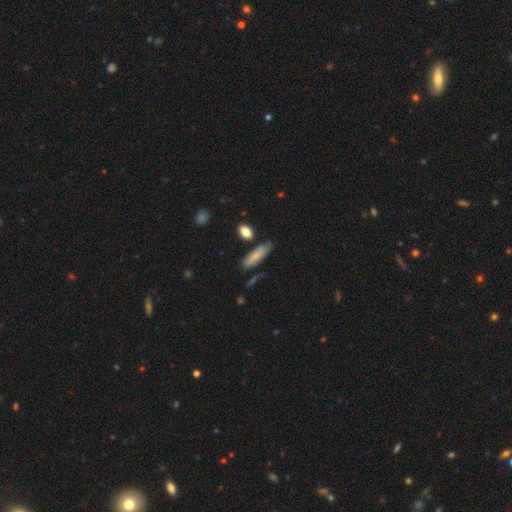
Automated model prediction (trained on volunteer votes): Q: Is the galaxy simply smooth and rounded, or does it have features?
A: smooth — 67%.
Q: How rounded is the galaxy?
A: in between — 52%.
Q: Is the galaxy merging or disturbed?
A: none — 69%.